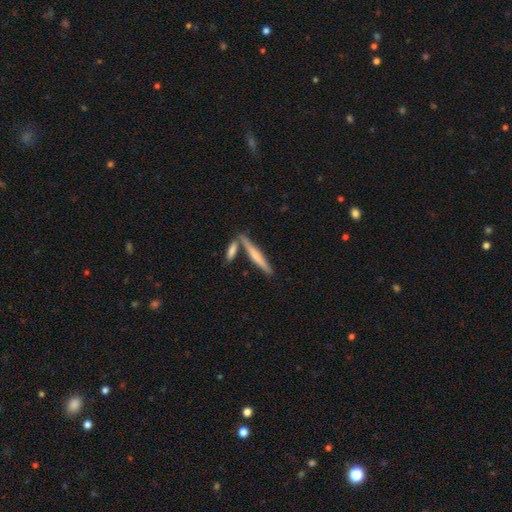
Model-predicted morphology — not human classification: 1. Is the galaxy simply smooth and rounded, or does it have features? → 53% smooth, 41% featured or disk, 6% star or artifact.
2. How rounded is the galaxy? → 92% cigar-shaped, 6% in between, 2% round.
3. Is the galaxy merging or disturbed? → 71% none, 17% merger, 9% minor disturbance, 2% major disturbance.